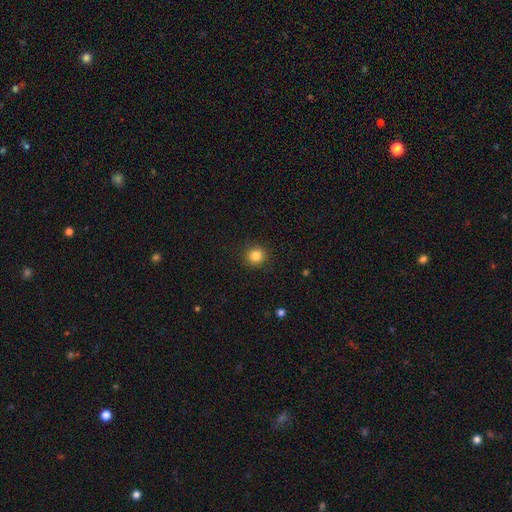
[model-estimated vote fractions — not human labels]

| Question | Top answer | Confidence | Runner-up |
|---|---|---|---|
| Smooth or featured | smooth | 84% | star or artifact (11%) |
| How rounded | round | 92% | in between (7%) |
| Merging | none | 91% | minor disturbance (6%) |